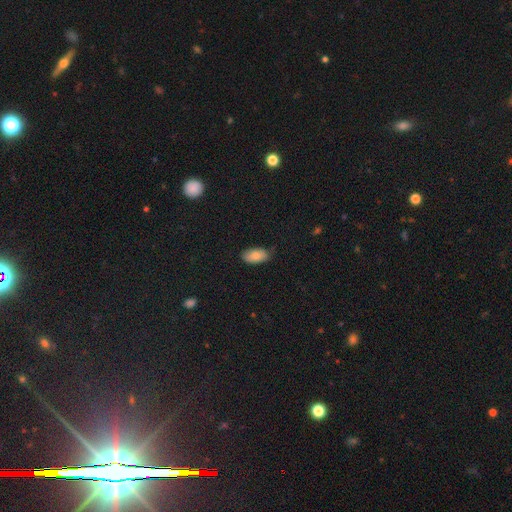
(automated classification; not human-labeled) This is clearly a smooth galaxy (82%). How rounded: clearly in between (94%). Merging: clearly none (80%).